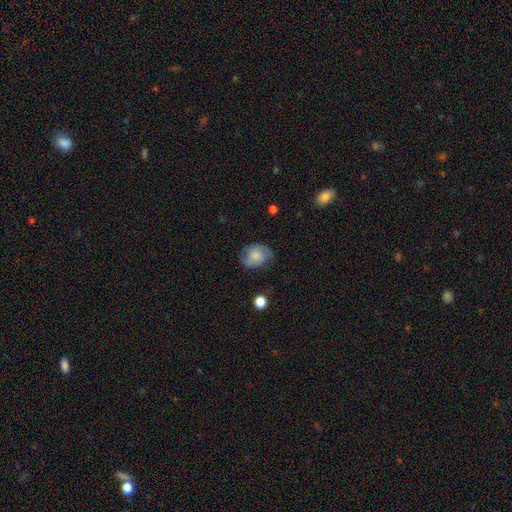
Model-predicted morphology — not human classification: Q: Smooth or featured?
A: smooth (60%); runner-up: featured or disk (32%)
Q: How rounded?
A: in between (52%); runner-up: round (47%)
Q: Merging?
A: none (67%); runner-up: minor disturbance (24%)